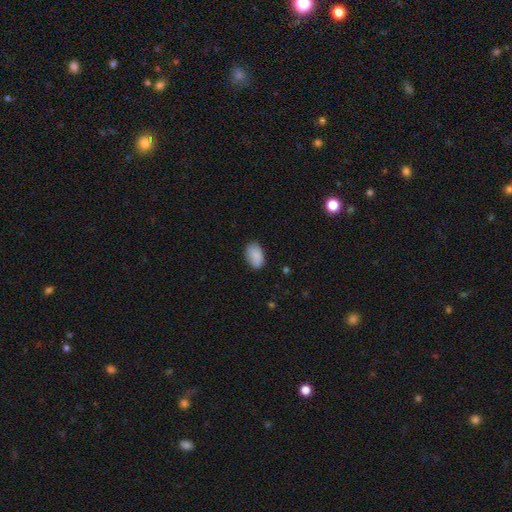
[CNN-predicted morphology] A smooth galaxy with no disk features (88%) that is in between round and cigar-shaped (91%).

Vote fractions:
- Smooth or featured? smooth: 88% / star or artifact: 7% / featured or disk: 5%
- How rounded? in between: 91% / round: 8% / cigar-shaped: 1%
- Merging? none: 79% / minor disturbance: 16% / major disturbance: 3% / merger: 1%